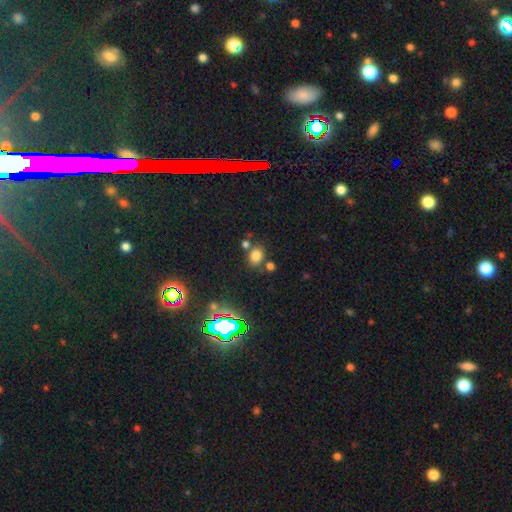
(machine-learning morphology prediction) A smooth galaxy with no disk features (74%) that is round (61%).

Vote fractions:
- Smooth or featured? smooth: 74% / star or artifact: 20% / featured or disk: 6%
- How rounded? round: 61% / in between: 38% / cigar-shaped: 1%
- Merging? none: 71% / merger: 14% / minor disturbance: 11% / major disturbance: 4%